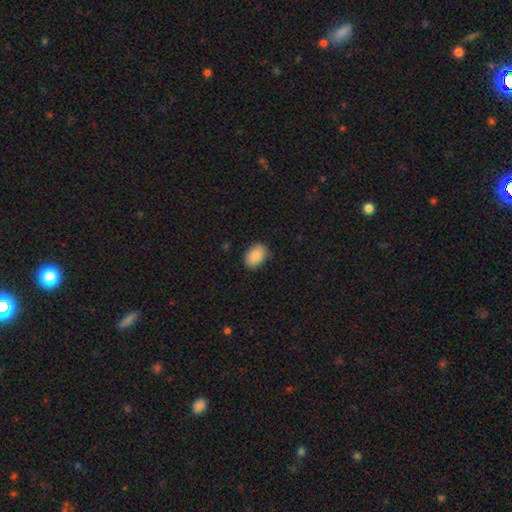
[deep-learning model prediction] This appears to be a smooth galaxy with no disk features (89%) that is in between round and cigar-shaped (76%). Merging: none (82%).